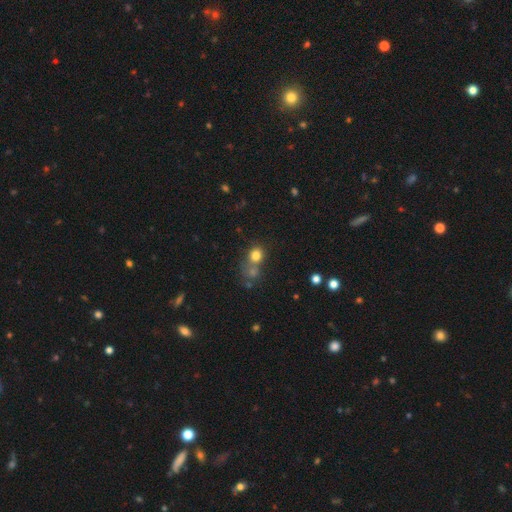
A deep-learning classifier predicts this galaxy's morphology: smooth_or_featured: smooth (p=0.76) [alt: star or artifact p=0.15]
how_rounded: round (p=0.78) [alt: in between p=0.21]
merging: none (p=0.48) [alt: merger p=0.37]